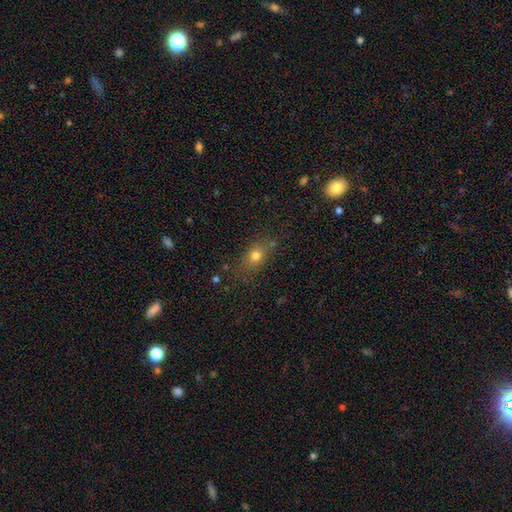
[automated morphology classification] smooth 74%, star or artifact 15%, featured or disk 12%. Down the decision tree: how rounded — in between (61%); merging — none (75%).